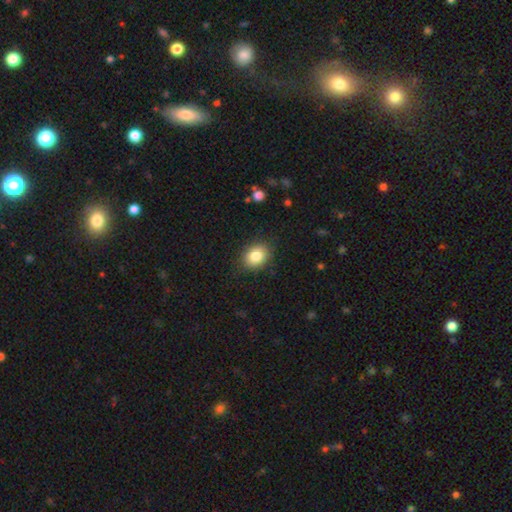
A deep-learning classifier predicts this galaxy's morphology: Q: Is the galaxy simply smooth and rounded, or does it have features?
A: smooth — 85%.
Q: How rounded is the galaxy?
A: in between — 60%.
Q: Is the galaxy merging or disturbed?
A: none — 84%.